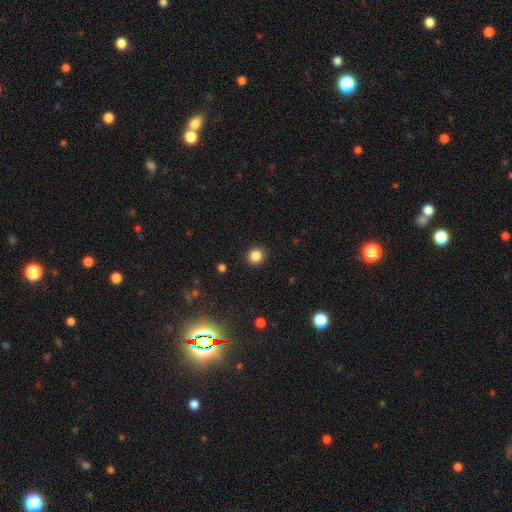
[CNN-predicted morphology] This is clearly a smooth galaxy (85%). How rounded: clearly round (92%). Merging: clearly none (92%).